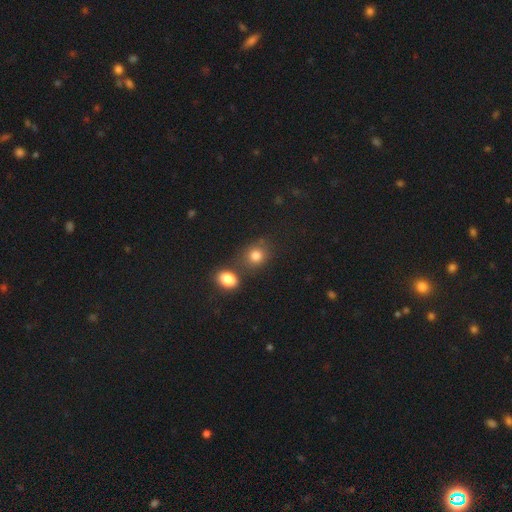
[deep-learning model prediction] Smooth or featured: smooth — 80% (star or artifact — 13%)
How rounded: round — 72% (in between — 27%)
Merging: none — 66% (merger — 18%)